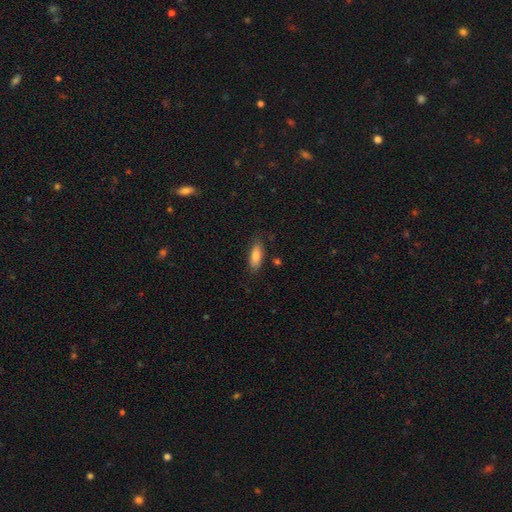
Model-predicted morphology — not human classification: type=smooth (83%); roundness=in between (73%); merging=none (80%).